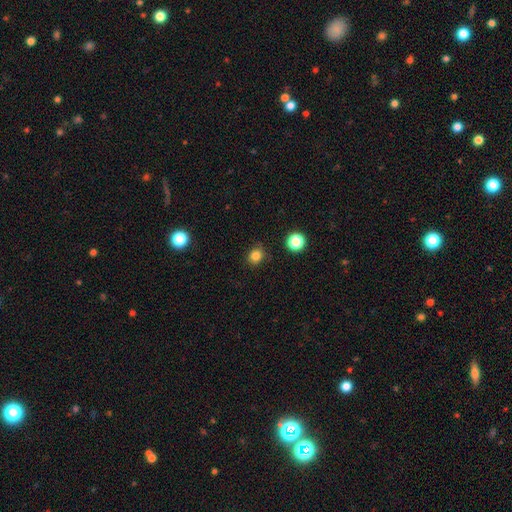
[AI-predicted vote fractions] smooth_or_featured: smooth (p=0.83) [alt: star or artifact p=0.13]
how_rounded: round (p=0.76) [alt: in between p=0.23]
merging: none (p=0.87) [alt: minor disturbance p=0.09]